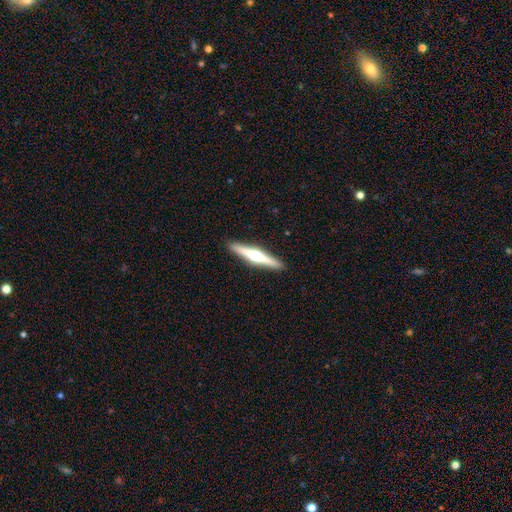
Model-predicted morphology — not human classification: Smooth or featured? featured or disk (71%)
Edge-on disk? yes (98%)
Edge-on bulge? rounded (94%)
Merging? none (92%)